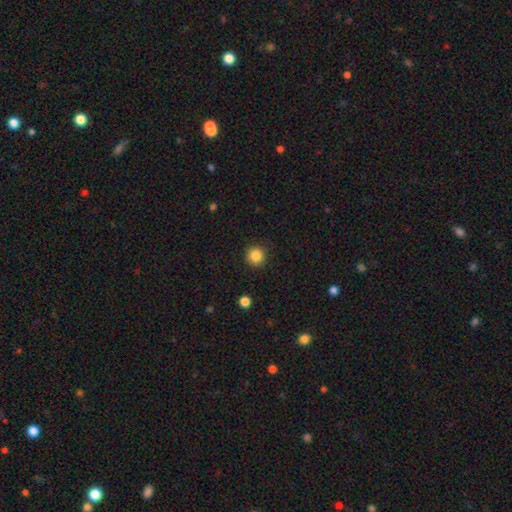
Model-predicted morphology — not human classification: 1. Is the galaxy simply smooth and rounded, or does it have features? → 86% smooth, 10% star or artifact, 4% featured or disk.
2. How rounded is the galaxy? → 95% round, 4% in between, 1% cigar-shaped.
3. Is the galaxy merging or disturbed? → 91% none, 6% minor disturbance, 2% major disturbance, 1% merger.